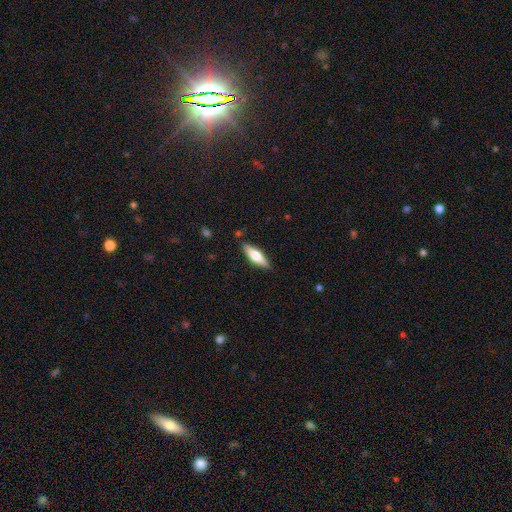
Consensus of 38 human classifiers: Morphology: type=smooth (58%); roundness=cigar-shaped (55%); merging=none (87%).